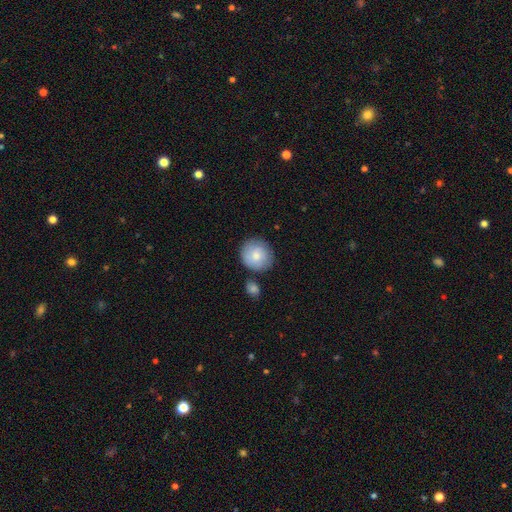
A smooth galaxy with no disk features (75%) that is round (90%).

Vote fractions:
- Smooth or featured? smooth: 75% / featured or disk: 20% / star or artifact: 5%
- How rounded? round: 90% / in between: 10% / cigar-shaped: 0%
- Merging? none: 66% / minor disturbance: 18% / merger: 13% / major disturbance: 3%